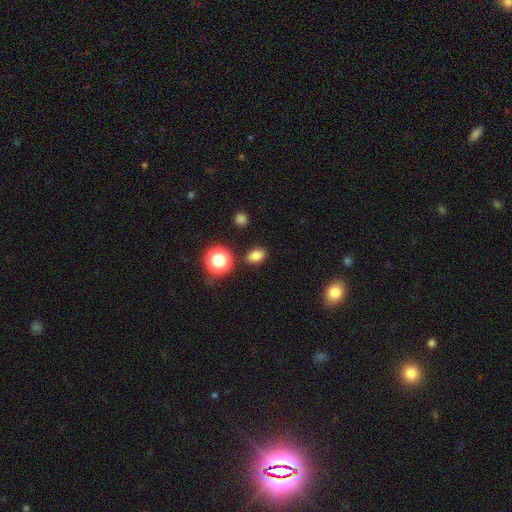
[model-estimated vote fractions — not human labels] The model was most divided on "how rounded": in between: 72%, round: 26%, cigar-shaped: 1%. More confident: merging — none (85%); smooth or featured — smooth (78%).